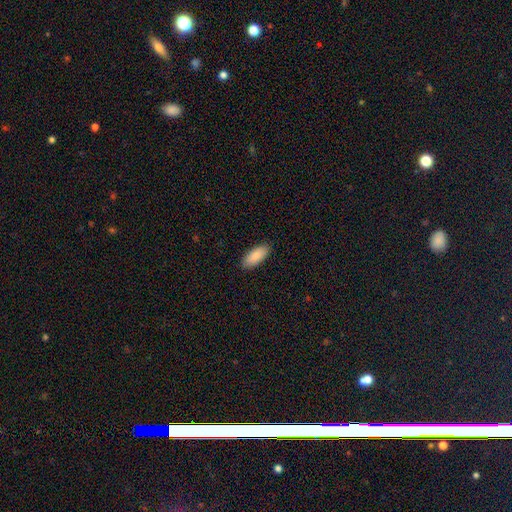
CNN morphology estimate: smooth-or-featured: smooth: 89% | star or artifact: 6% | featured or disk: 5%
  how-rounded: in between: 83% | cigar-shaped: 15% | round: 2%
  merging: none: 90% | minor disturbance: 8% | major disturbance: 2% | merger: 1%